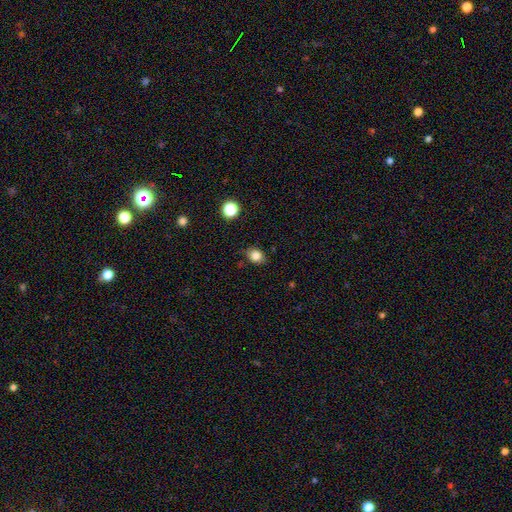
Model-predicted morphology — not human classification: The model was most divided on "how rounded": round: 50%, in between: 49%, cigar-shaped: 1%. More confident: smooth or featured — smooth (83%); merging — none (75%).